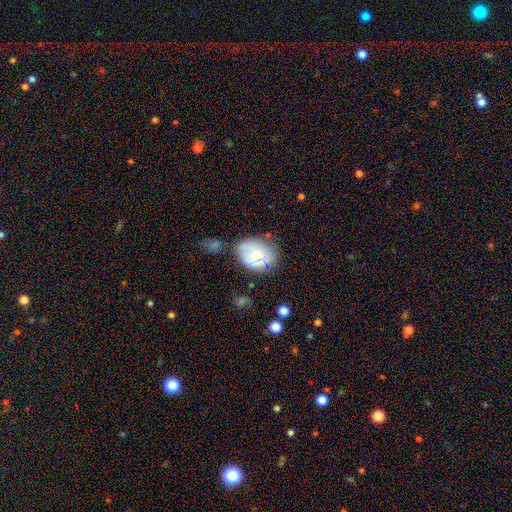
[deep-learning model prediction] A smooth galaxy with no disk features (54%) that is in between round and cigar-shaped (60%). Merging: none (49%).